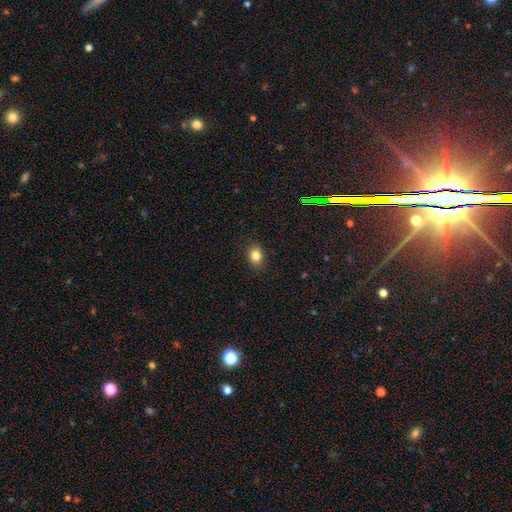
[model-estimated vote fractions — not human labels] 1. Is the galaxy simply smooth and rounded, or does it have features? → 83% smooth, 10% star or artifact, 7% featured or disk.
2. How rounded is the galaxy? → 67% in between, 32% round, 1% cigar-shaped.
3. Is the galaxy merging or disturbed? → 87% none, 10% minor disturbance, 2% major disturbance, 1% merger.